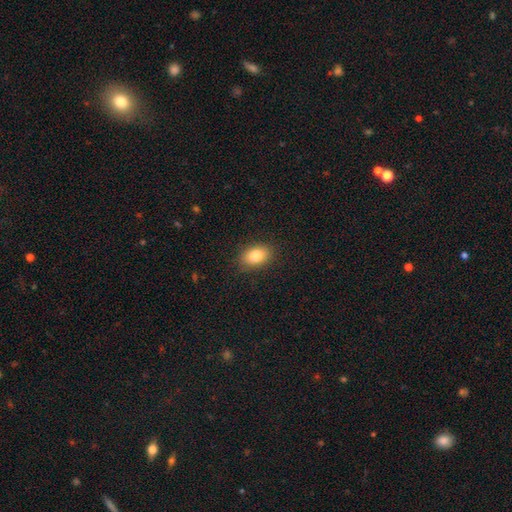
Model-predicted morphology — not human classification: smooth-or-featured: smooth: 81% | featured or disk: 10% | star or artifact: 9%
  how-rounded: in between: 82% | round: 16% | cigar-shaped: 1%
  merging: none: 87% | minor disturbance: 10% | major disturbance: 2% | merger: 1%